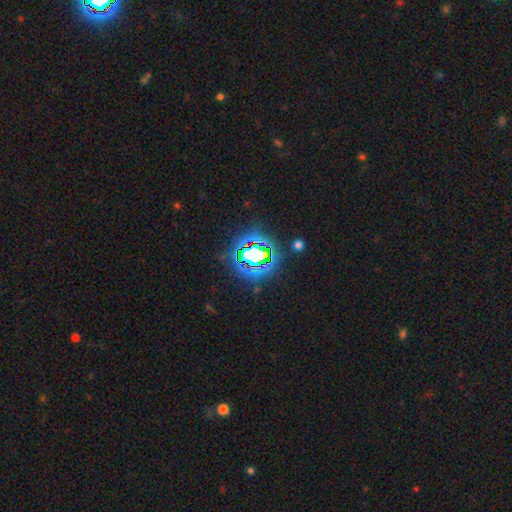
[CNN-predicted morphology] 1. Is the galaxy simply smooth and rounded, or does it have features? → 71% star or artifact, 17% smooth, 13% featured or disk.